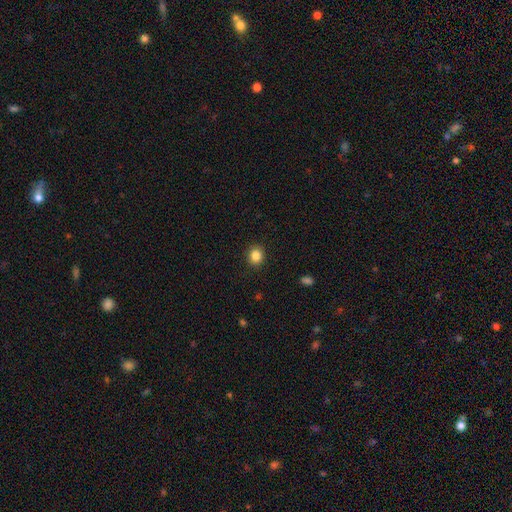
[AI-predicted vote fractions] Q: Smooth or featured?
A: smooth (85%); runner-up: star or artifact (10%)
Q: How rounded?
A: round (78%); runner-up: in between (21%)
Q: Merging?
A: none (91%); runner-up: minor disturbance (6%)